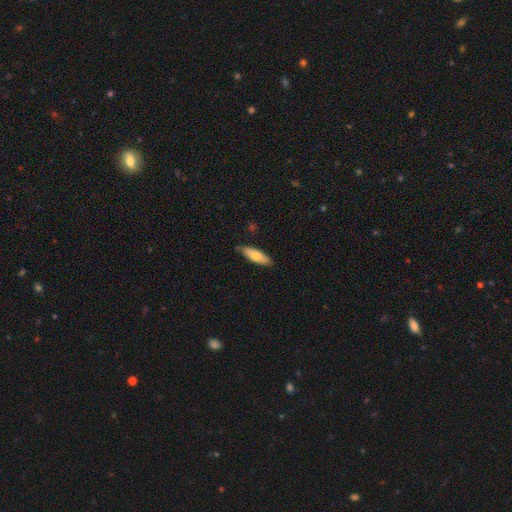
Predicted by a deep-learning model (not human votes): smooth 74%, featured or disk 20%, star or artifact 6%. Down the decision tree: how rounded — in between (54%); merging — none (81%).